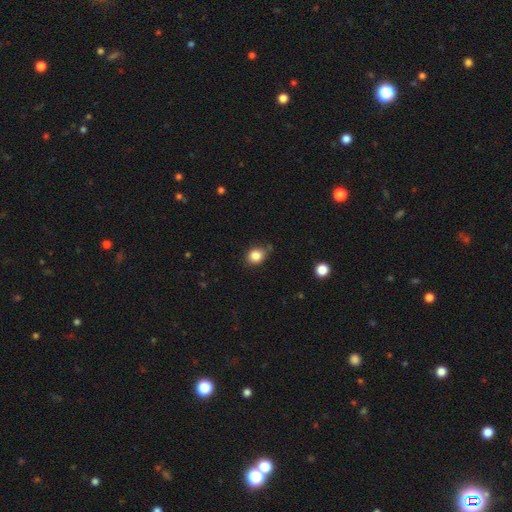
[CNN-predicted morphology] The model was most divided on "how rounded": round: 65%, in between: 34%, cigar-shaped: 1%. More confident: smooth or featured — smooth (84%); merging — none (73%).